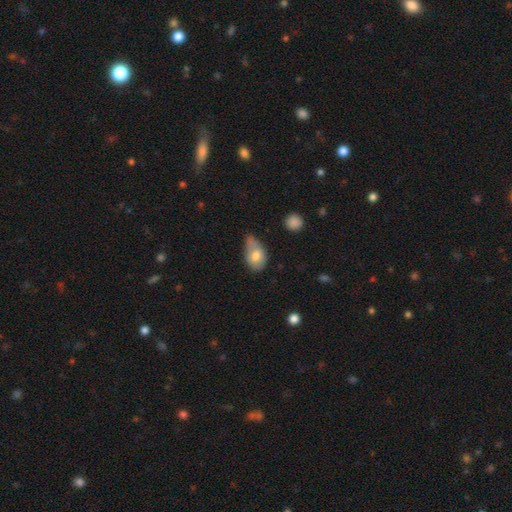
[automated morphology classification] Overall: smooth (72%). How rounded: in between (85%). Merging: minor disturbance (43%; none 26%).